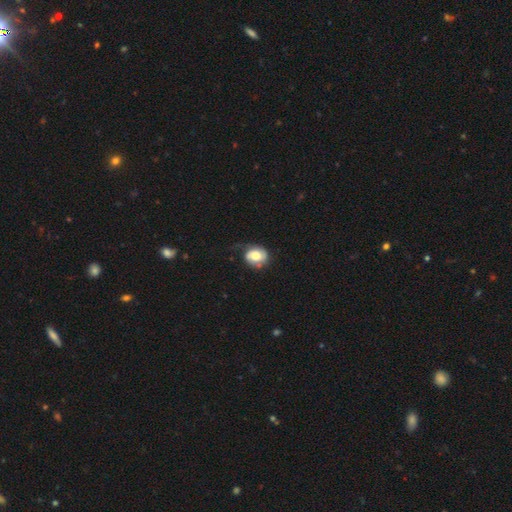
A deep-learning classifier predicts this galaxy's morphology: smooth-or-featured: smooth: 59% | featured or disk: 33% | star or artifact: 8%
  how-rounded: round: 53% | in between: 46% | cigar-shaped: 1%
  merging: none: 45% | minor disturbance: 33% | major disturbance: 20% | merger: 2%